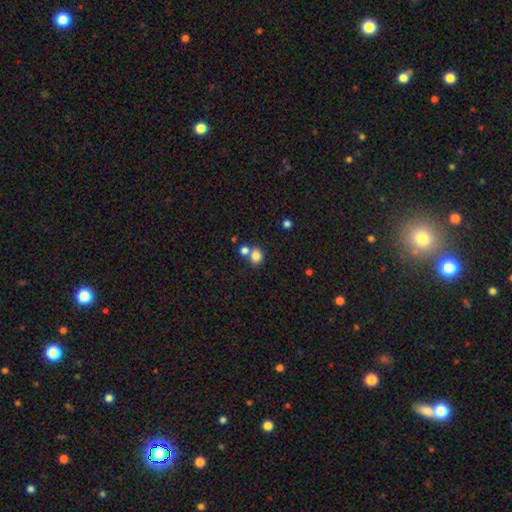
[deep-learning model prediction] Smooth or featured? Predicted: smooth (p=0.81). How rounded? Predicted: round (p=0.58). Merging? Predicted: none (p=0.52).